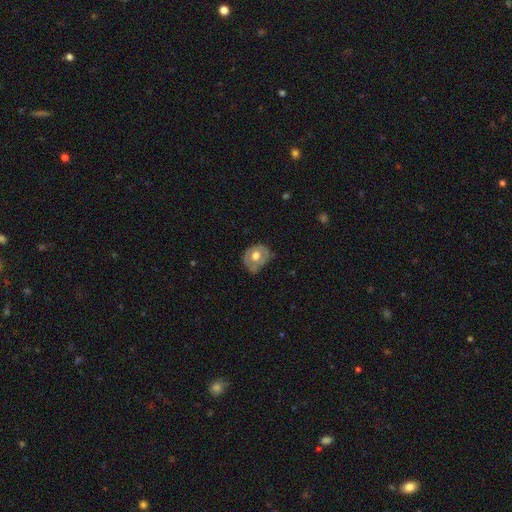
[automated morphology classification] Smooth or featured? smooth (51%)
How rounded? round (63%)
Merging? none (52%)